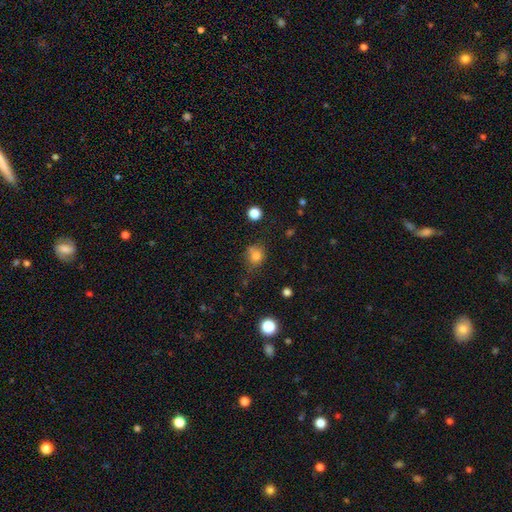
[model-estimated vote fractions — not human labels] Morphology: type=smooth (79%); roundness=round (73%); merging=none (59%).